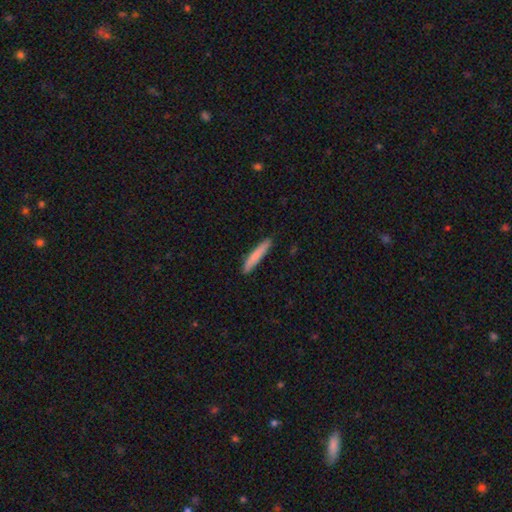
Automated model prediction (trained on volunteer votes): This is likely a smooth galaxy (80%). How rounded: clearly cigar-shaped (94%). Merging: clearly none (90%).